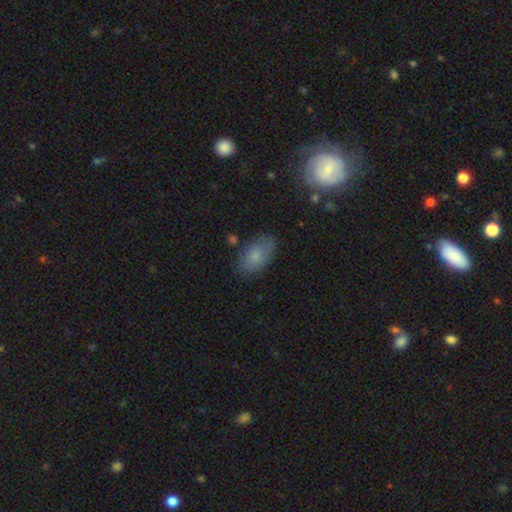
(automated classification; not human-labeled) Overall: smooth (75%). How rounded: in between (93%). Merging: none (73%).